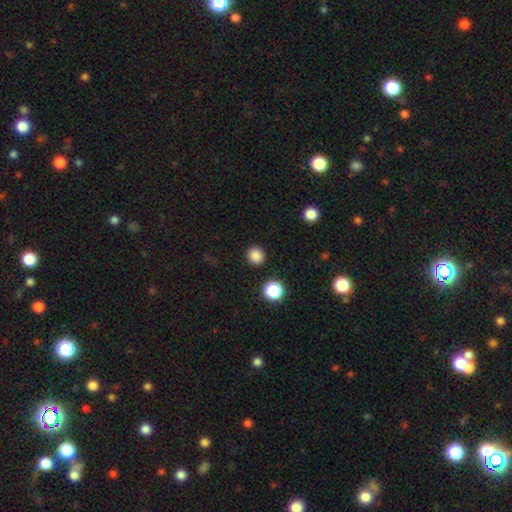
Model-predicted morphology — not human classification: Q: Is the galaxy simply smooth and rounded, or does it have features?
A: smooth — 85%.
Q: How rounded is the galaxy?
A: round — 91%.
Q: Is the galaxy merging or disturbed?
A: none — 91%.